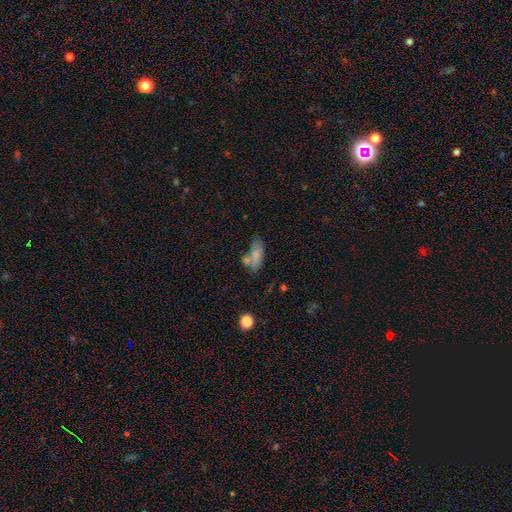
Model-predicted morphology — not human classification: smooth-or-featured: smooth: 74% | featured or disk: 17% | star or artifact: 10%
  how-rounded: in between: 82% | cigar-shaped: 14% | round: 4%
  merging: none: 39% | merger: 28% | minor disturbance: 22% | major disturbance: 11%